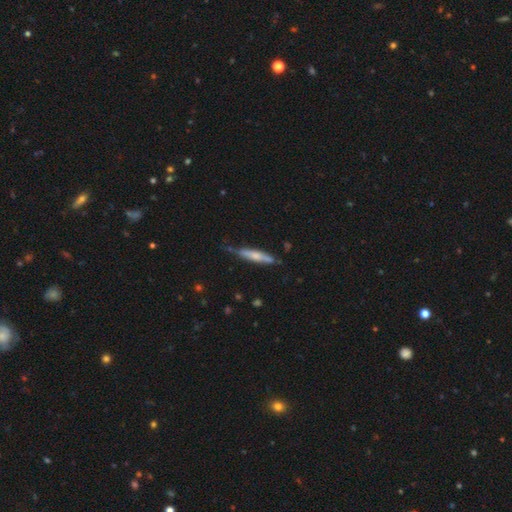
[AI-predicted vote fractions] This is possibly a smooth galaxy (54%). How rounded: clearly cigar-shaped (88%). Merging: likely none (69%).